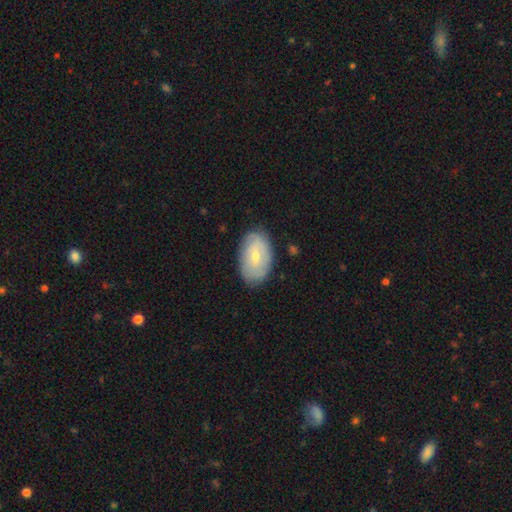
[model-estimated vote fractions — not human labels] This is possibly a smooth galaxy (51%). How rounded: clearly in between (91%). Merging: clearly none (80%).